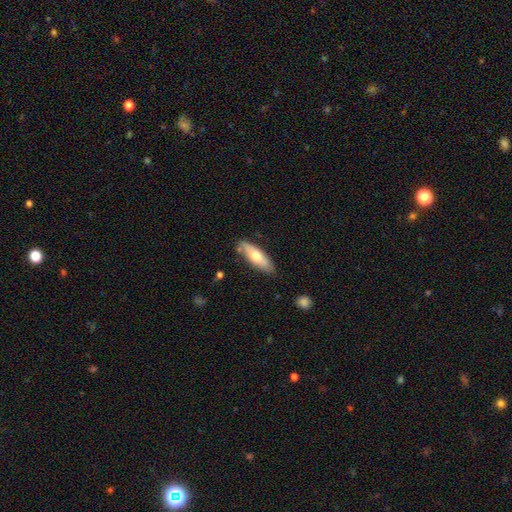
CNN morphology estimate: Smooth or featured? smooth (64%)
How rounded? in between (54%)
Merging? none (79%)